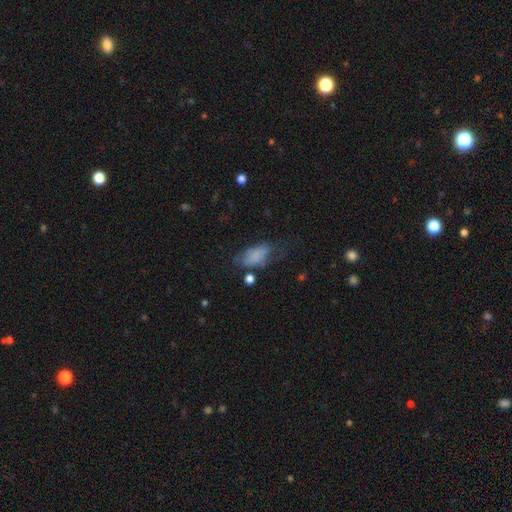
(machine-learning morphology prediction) Smooth or featured? Predicted: smooth (p=0.75). How rounded? Predicted: in between (p=0.89). Merging? Predicted: none (p=0.38).